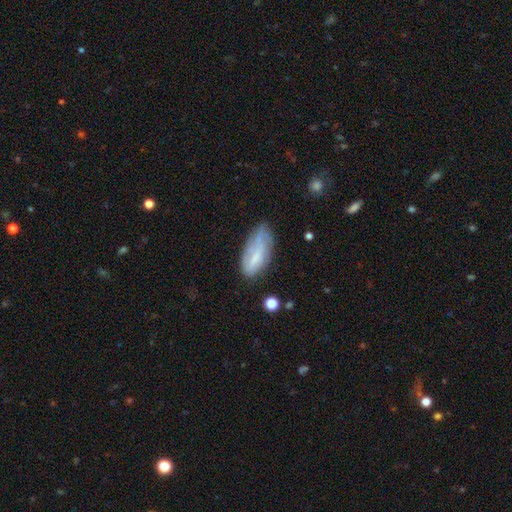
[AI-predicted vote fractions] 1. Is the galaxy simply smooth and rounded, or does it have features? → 57% smooth, 35% featured or disk, 8% star or artifact.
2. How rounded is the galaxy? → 81% in between, 16% cigar-shaped, 2% round.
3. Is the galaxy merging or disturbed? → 50% none, 34% minor disturbance, 14% major disturbance, 3% merger.